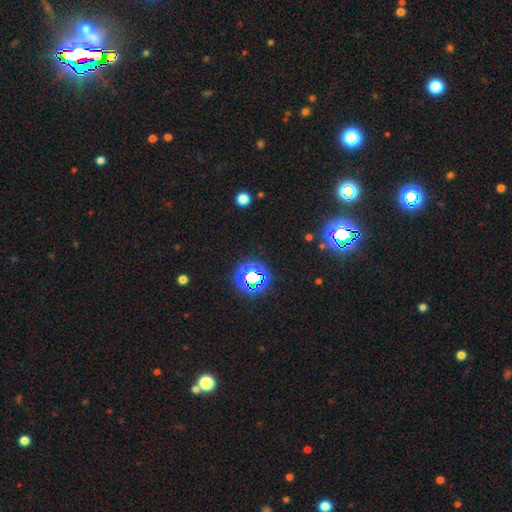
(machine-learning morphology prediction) smooth-or-featured: star or artifact: 76% | smooth: 17% | featured or disk: 7%